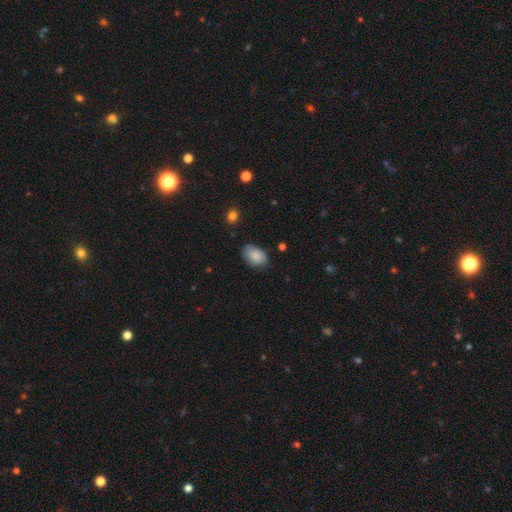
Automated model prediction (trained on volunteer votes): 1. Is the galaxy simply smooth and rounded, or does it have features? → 78% smooth, 14% featured or disk, 7% star or artifact.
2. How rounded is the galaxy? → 81% in between, 18% round, 1% cigar-shaped.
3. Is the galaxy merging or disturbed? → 67% none, 26% minor disturbance, 5% major disturbance, 1% merger.